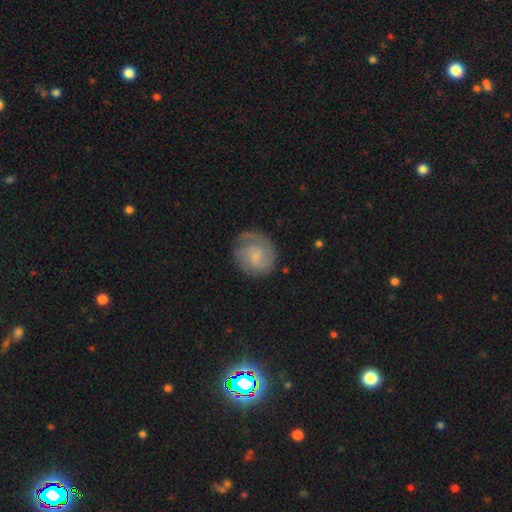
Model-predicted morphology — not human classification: This appears to be a featured or disk galaxy (53%) with no bar (67%), spiral arms (86%) and a small central bulge (55%). Merging: none (72%).